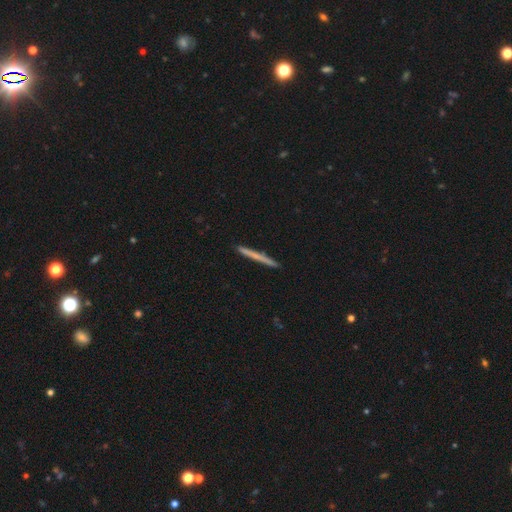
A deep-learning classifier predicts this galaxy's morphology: Overall: smooth (57%; featured or disk 37%). How rounded: cigar-shaped (97%). Merging: none (92%).